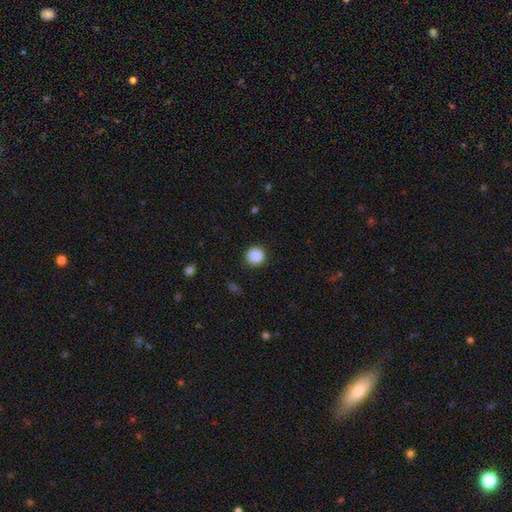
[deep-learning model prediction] Overall: smooth (89%). How rounded: round (95%). Merging: none (90%).